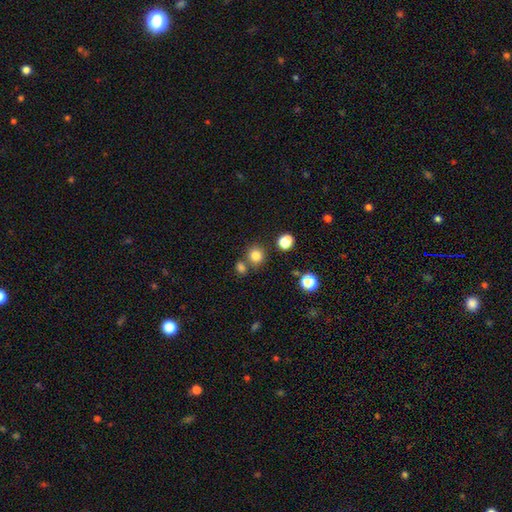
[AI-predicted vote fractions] The model was most divided on "merging": none: 71%, merger: 17%, minor disturbance: 9%, major disturbance: 3%. More confident: how rounded — round (85%); smooth or featured — smooth (81%).